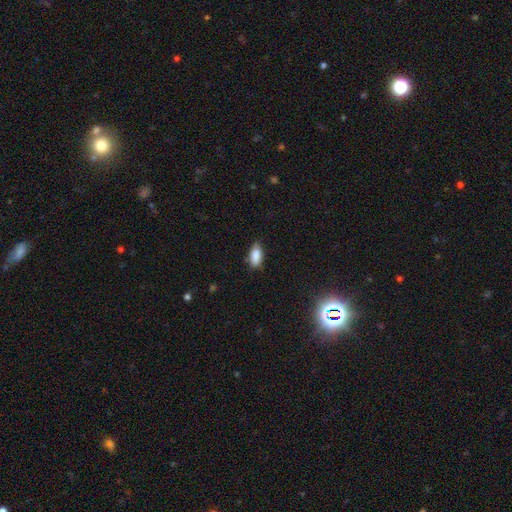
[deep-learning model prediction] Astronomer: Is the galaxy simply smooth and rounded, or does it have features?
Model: smooth — 86%.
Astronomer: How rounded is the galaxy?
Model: in between — 89%.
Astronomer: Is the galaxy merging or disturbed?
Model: none — 71%.